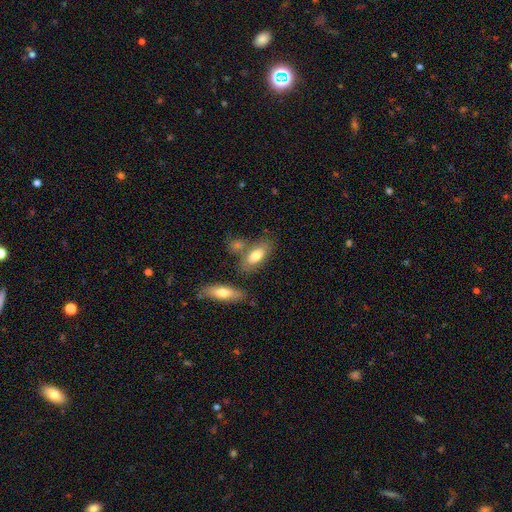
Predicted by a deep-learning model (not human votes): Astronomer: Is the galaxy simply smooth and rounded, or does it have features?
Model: smooth — 74%.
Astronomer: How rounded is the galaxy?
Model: in between — 79%.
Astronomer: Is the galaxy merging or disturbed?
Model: none — 63%.